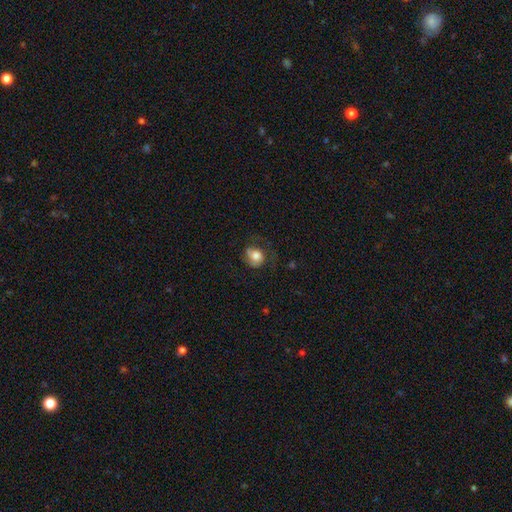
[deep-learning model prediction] This appears to be a smooth galaxy with no disk features (67%) that is round (61%). Merging: none (48%).